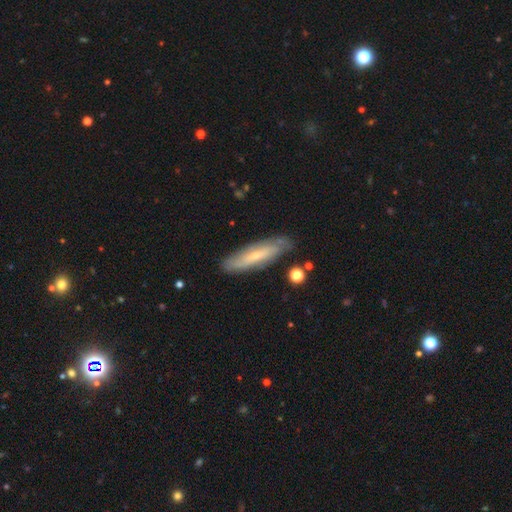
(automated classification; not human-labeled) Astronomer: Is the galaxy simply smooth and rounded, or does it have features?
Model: featured or disk — 58% (runner-up: smooth, 36%).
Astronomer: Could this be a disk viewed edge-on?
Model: no — 59% (runner-up: yes, 41%).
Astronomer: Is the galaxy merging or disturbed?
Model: none — 78%.